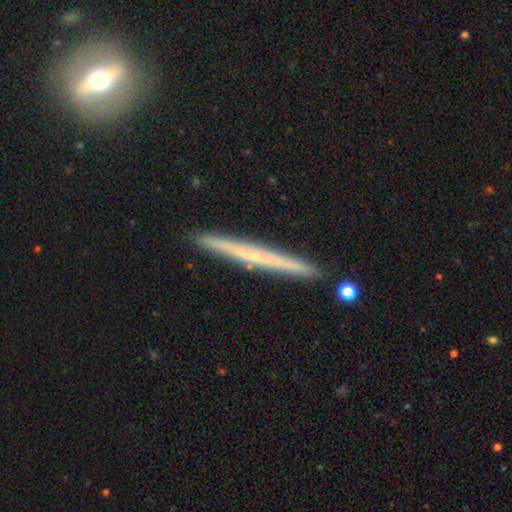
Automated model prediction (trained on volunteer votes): Smooth or featured? Predicted: featured or disk (p=0.60). Edge-on disk? Predicted: yes (p=0.97). Edge-on bulge? Predicted: none (p=0.66). Merging? Predicted: none (p=0.91).